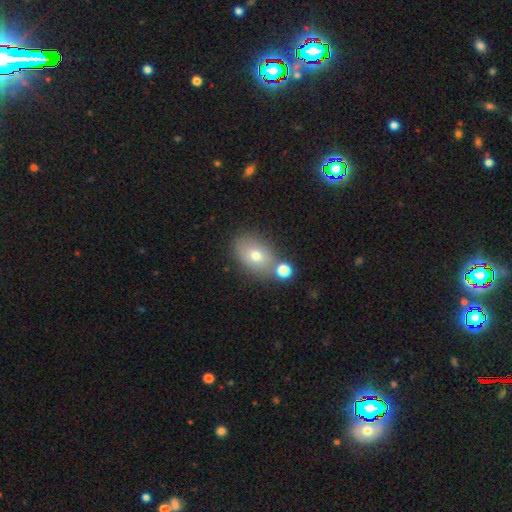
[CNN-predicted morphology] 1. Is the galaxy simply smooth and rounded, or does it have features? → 69% smooth, 19% featured or disk, 12% star or artifact.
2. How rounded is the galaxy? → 78% in between, 21% round, 2% cigar-shaped.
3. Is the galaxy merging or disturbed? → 67% none, 16% merger, 13% minor disturbance, 4% major disturbance.